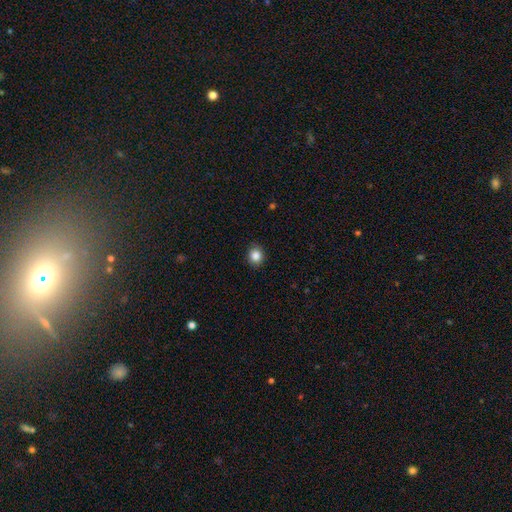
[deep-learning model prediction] Smooth or featured?
  - smooth: 86% *
  - star or artifact: 10%
  - featured or disk: 5%
How rounded?
  - round: 73% *
  - in between: 26%
  - cigar-shaped: 1%
Merging?
  - none: 87% *
  - minor disturbance: 10%
  - major disturbance: 2%
  - merger: 1%